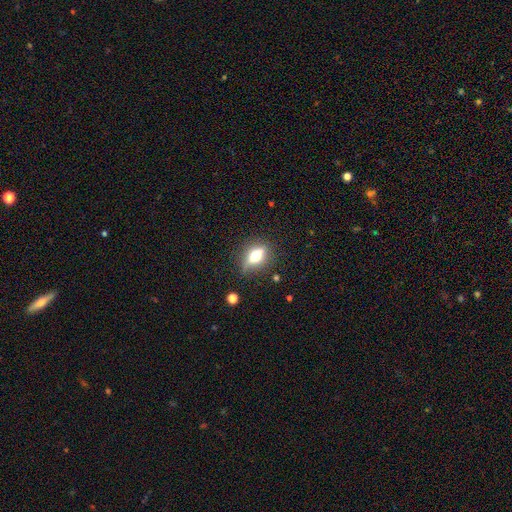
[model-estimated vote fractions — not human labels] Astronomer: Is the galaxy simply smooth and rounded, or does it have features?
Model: featured or disk — 45% (runner-up: smooth, 44%).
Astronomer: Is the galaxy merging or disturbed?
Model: none — 72%.